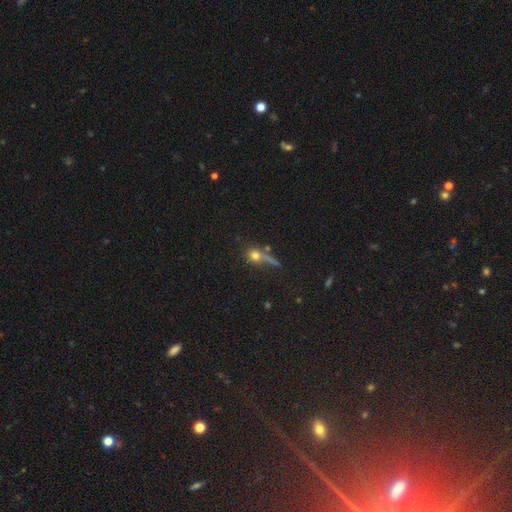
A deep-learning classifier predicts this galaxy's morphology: A smooth galaxy with no disk features (65%) that is round (66%). Merging: none (44%).